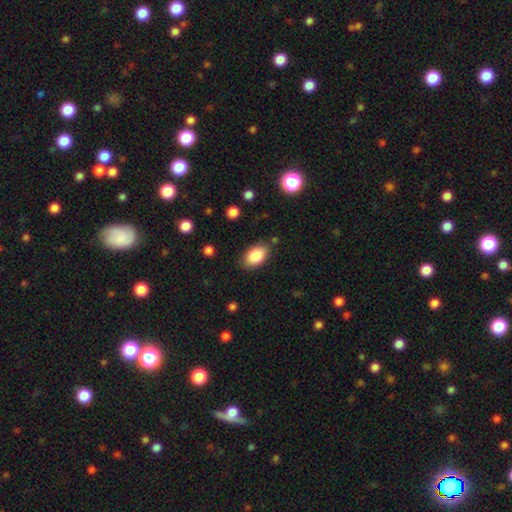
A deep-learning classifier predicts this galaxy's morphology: A smooth galaxy with no disk features (86%) that is in between round and cigar-shaped (90%). Merging: none (83%).